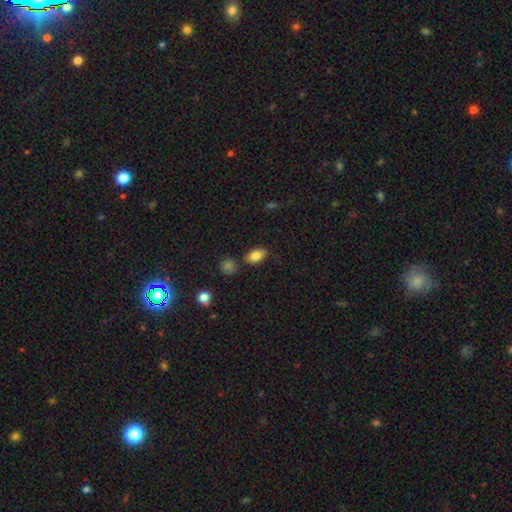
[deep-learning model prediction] smooth 83%, featured or disk 9%, star or artifact 8%. Down the decision tree: how rounded — in between (88%); merging — none (78%).